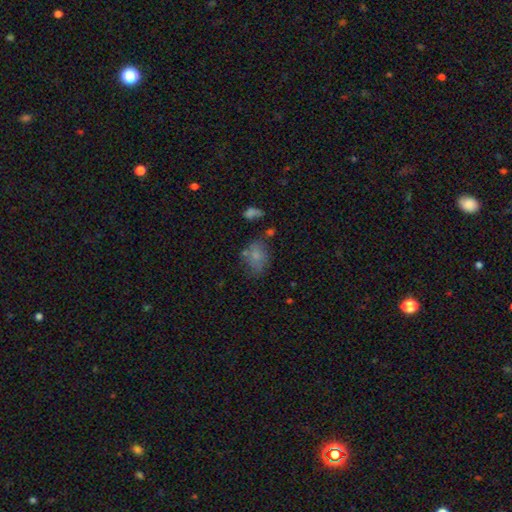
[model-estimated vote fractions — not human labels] This is likely a smooth galaxy (71%). How rounded: likely in between (70%). Merging: possibly none (50%).